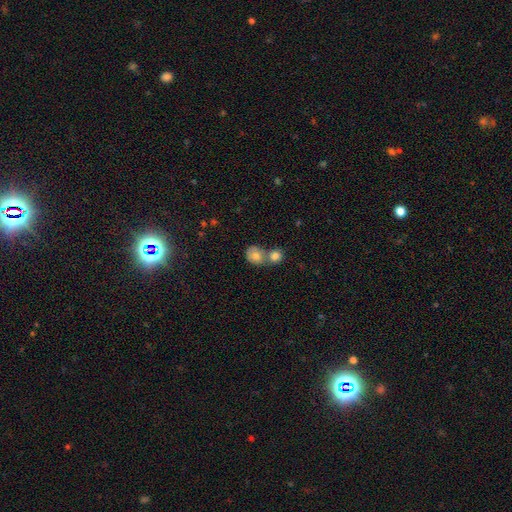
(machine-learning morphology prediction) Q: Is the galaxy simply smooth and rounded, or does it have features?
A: smooth — 75%.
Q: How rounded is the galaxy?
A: round — 69%.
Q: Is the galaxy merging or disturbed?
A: merger — 57%.